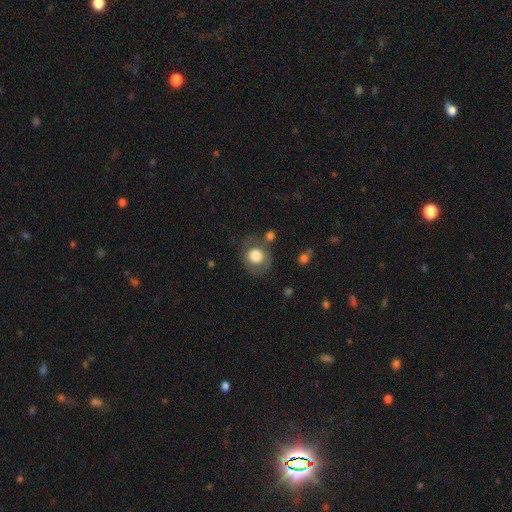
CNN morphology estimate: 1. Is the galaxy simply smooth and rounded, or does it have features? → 71% smooth, 21% featured or disk, 8% star or artifact.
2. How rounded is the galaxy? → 80% round, 19% in between, 1% cigar-shaped.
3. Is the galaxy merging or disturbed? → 62% none, 20% minor disturbance, 11% major disturbance, 7% merger.